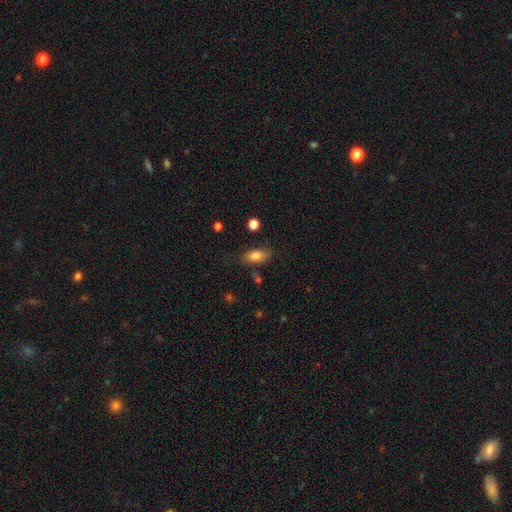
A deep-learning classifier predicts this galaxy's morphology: Q: Smooth or featured?
A: smooth (79%); runner-up: featured or disk (13%)
Q: How rounded?
A: in between (87%); runner-up: cigar-shaped (8%)
Q: Merging?
A: none (74%); runner-up: minor disturbance (18%)